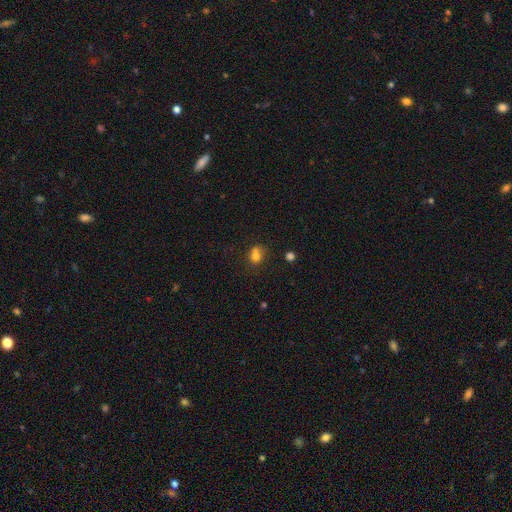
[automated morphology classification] This appears to be a smooth galaxy with no disk features (72%) that is round (61%). Merging: none (42%).